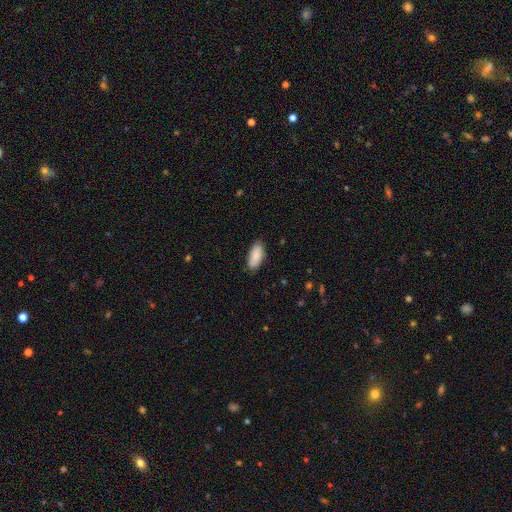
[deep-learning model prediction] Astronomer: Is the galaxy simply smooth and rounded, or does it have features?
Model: smooth — 88%.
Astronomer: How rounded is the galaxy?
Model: in between — 84%.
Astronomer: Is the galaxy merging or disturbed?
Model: none — 84%.